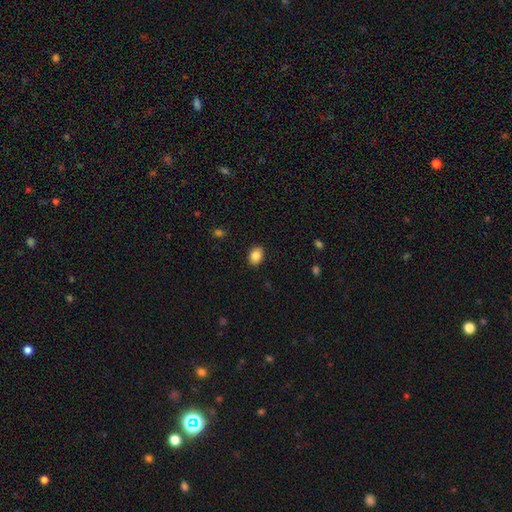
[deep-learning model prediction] Q: Smooth or featured?
A: smooth (87%); runner-up: star or artifact (9%)
Q: How rounded?
A: in between (65%); runner-up: round (34%)
Q: Merging?
A: none (89%); runner-up: minor disturbance (8%)